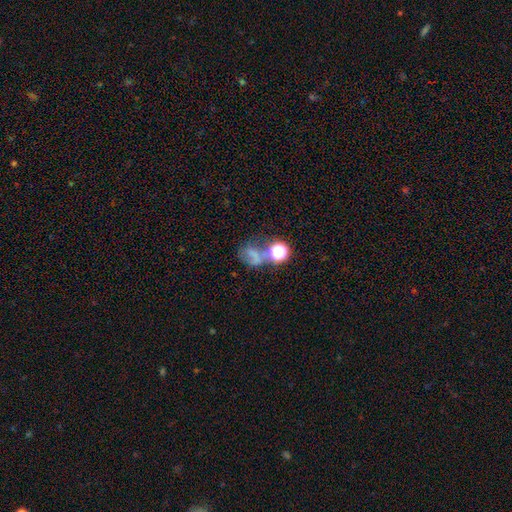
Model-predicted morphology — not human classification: smooth-or-featured: smooth: 45% | star or artifact: 31% | featured or disk: 23%
  merging: none: 32% | major disturbance: 27% | merger: 25% | minor disturbance: 16%